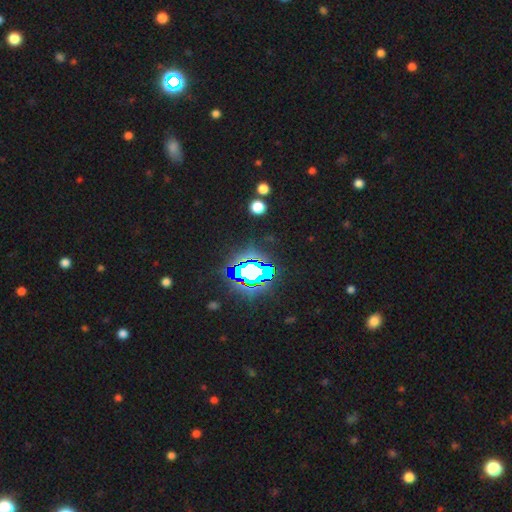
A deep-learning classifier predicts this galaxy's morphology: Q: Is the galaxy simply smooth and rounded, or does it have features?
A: star or artifact — 82%.